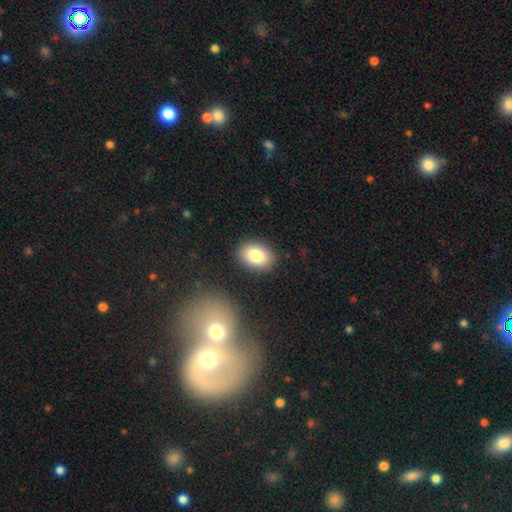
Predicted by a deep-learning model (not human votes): Smooth or featured: smooth — 82% (featured or disk — 9%)
How rounded: in between — 77% (round — 22%)
Merging: none — 88% (minor disturbance — 8%)